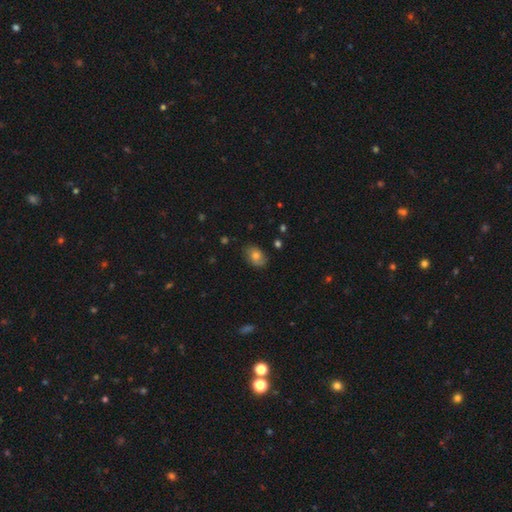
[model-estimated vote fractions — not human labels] Morphology: type=smooth (68%); roundness=in between (75%); merging=none (72%).